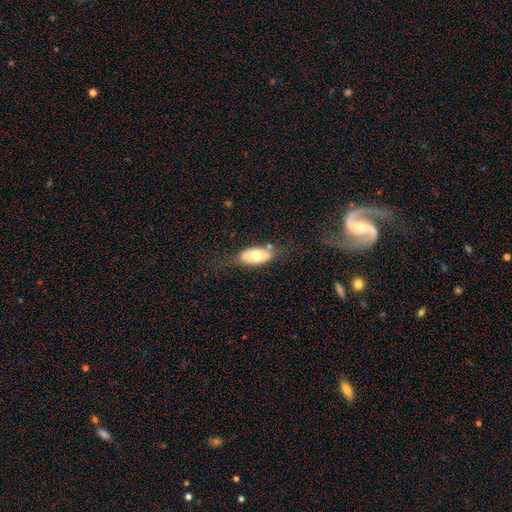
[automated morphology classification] Smooth or featured? Predicted: smooth (p=0.66). How rounded? Predicted: in between (p=0.87). Merging? Predicted: none (p=0.65).